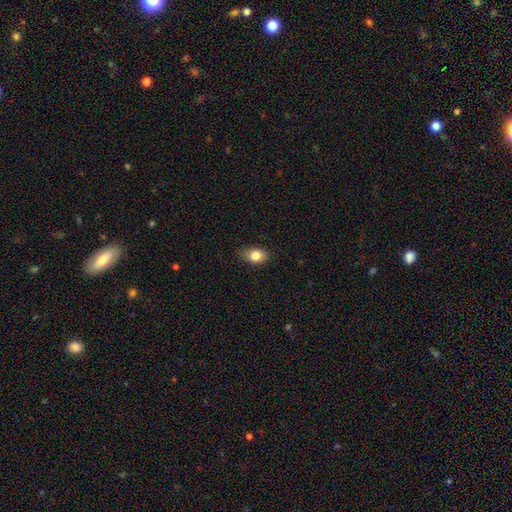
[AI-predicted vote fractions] A smooth galaxy with no disk features (82%) that is in between round and cigar-shaped (77%).

Vote fractions:
- Smooth or featured? smooth: 82% / featured or disk: 9% / star or artifact: 9%
- How rounded? in between: 77% / round: 21% / cigar-shaped: 2%
- Merging? none: 78% / minor disturbance: 18% / major disturbance: 3% / merger: 1%